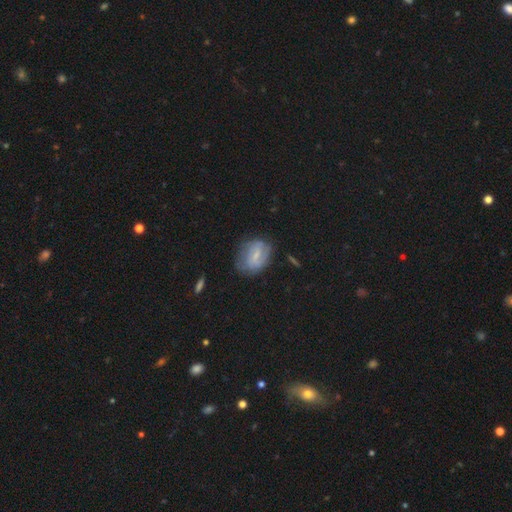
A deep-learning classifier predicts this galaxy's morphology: smooth-or-featured: featured or disk: 55% | smooth: 36% | star or artifact: 9%
  disk-edge-on: no: 96% | yes: 4%
    bar: weak: 53% | no: 26% | strong: 21%
    has-spiral-arms: yes: 70% | no: 30%
    bulge-size: small: 57% | moderate: 24% | none: 16% | large: 2% | dominant: 1%
  merging: none: 60% | minor disturbance: 26% | major disturbance: 12% | merger: 2%